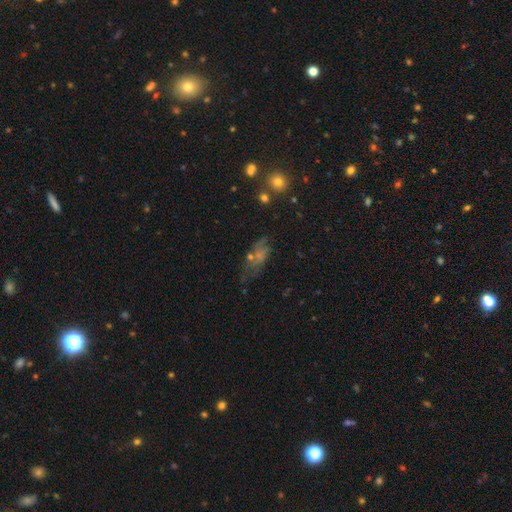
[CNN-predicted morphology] Smooth or featured?
  - smooth: 39% *
  - featured or disk: 32%
  - star or artifact: 28%
Merging?
  - none: 47% *
  - minor disturbance: 23%
  - major disturbance: 21%
  - merger: 9%